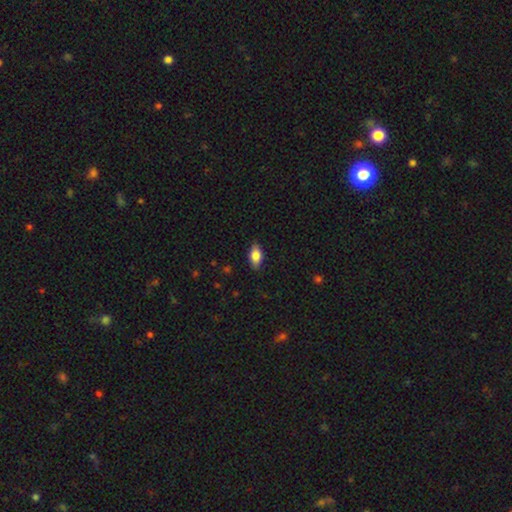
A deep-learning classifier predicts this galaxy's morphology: type=smooth (81%); roundness=in between (89%); merging=none (84%).